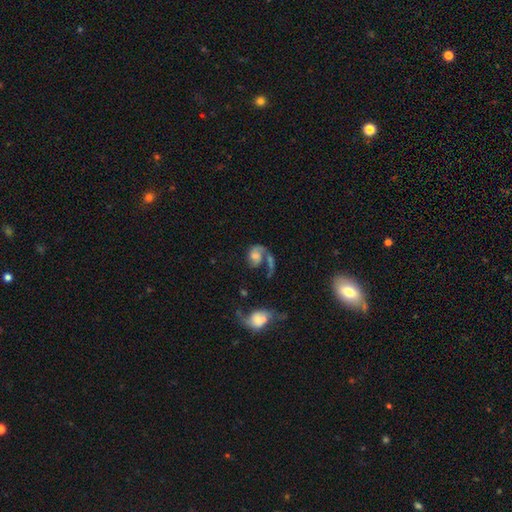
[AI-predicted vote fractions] This is possibly a featured or disk galaxy (56%). It is clearly not viewed edge-on (97%). Bar: likely no (71%). Spiral arm pattern: likely yes (79%). Central bulge: marginally moderate (32%). Merging: marginally major disturbance (32%).